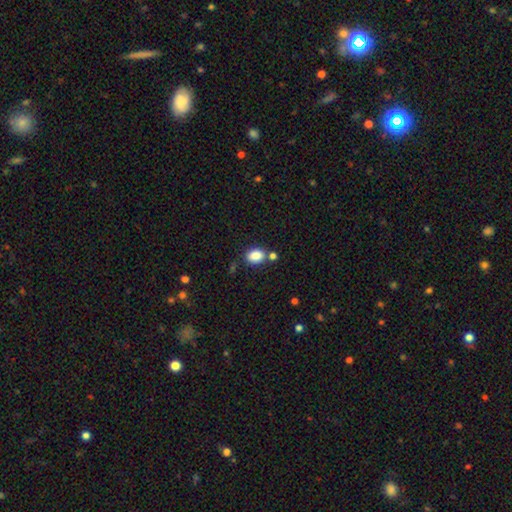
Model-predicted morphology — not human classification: type=smooth (85%); roundness=in between (72%); merging=none (71%).